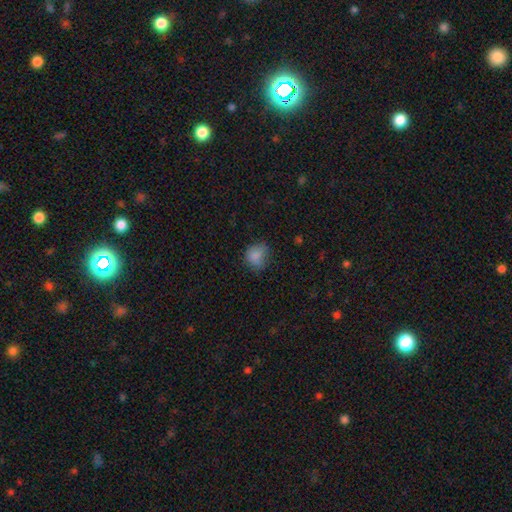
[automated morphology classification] smooth-or-featured: smooth: 83% | star or artifact: 10% | featured or disk: 6%
  how-rounded: round: 65% | in between: 34% | cigar-shaped: 1%
  merging: none: 64% | minor disturbance: 27% | major disturbance: 8% | merger: 1%